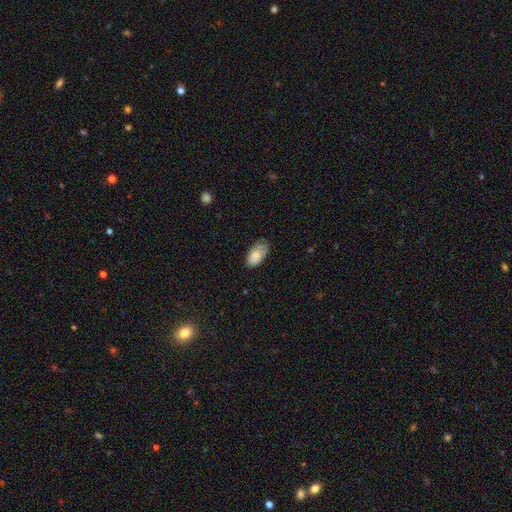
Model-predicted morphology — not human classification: Q: Smooth or featured?
A: smooth (80%); runner-up: featured or disk (13%)
Q: How rounded?
A: in between (94%); runner-up: round (3%)
Q: Merging?
A: none (67%); runner-up: minor disturbance (26%)